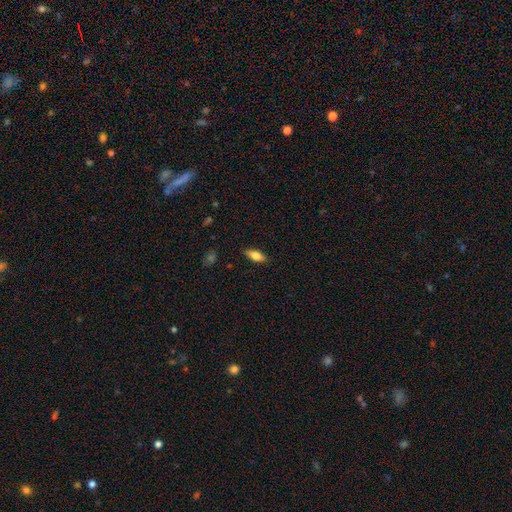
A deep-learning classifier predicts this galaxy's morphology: Overall: smooth (71%). How rounded: in between (75%). Merging: none (86%).